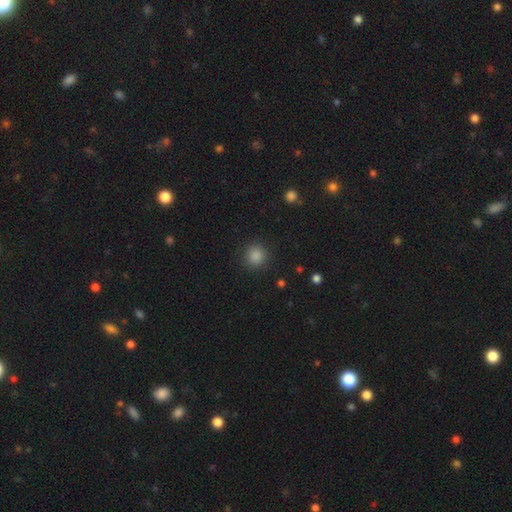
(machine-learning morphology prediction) smooth_or_featured: smooth (p=0.86) [alt: star or artifact p=0.11]
how_rounded: round (p=0.93) [alt: in between p=0.07]
merging: none (p=0.90) [alt: minor disturbance p=0.06]